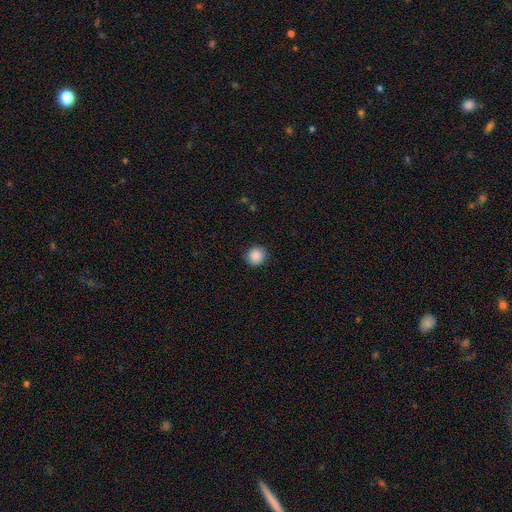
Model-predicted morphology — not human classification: Smooth or featured?
  - smooth: 89% *
  - star or artifact: 8%
  - featured or disk: 3%
How rounded?
  - round: 92% *
  - in between: 7%
  - cigar-shaped: 1%
Merging?
  - none: 90% *
  - minor disturbance: 7%
  - major disturbance: 2%
  - merger: 1%